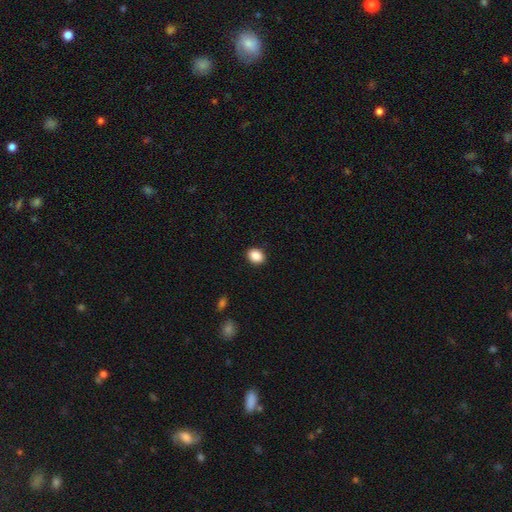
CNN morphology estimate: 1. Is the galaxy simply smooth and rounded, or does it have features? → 89% smooth, 8% star or artifact, 3% featured or disk.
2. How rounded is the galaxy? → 63% in between, 36% round, 1% cigar-shaped.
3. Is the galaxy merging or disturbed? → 91% none, 7% minor disturbance, 2% major disturbance, 1% merger.